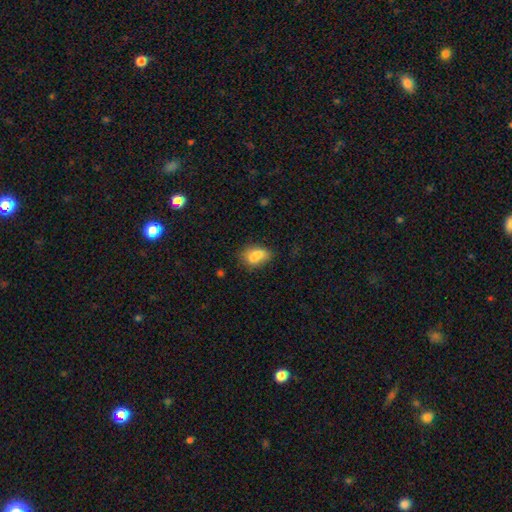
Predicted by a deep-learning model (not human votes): This appears to be a smooth galaxy with no disk features (75%) that is in between round and cigar-shaped (81%). Merging: none (45%).